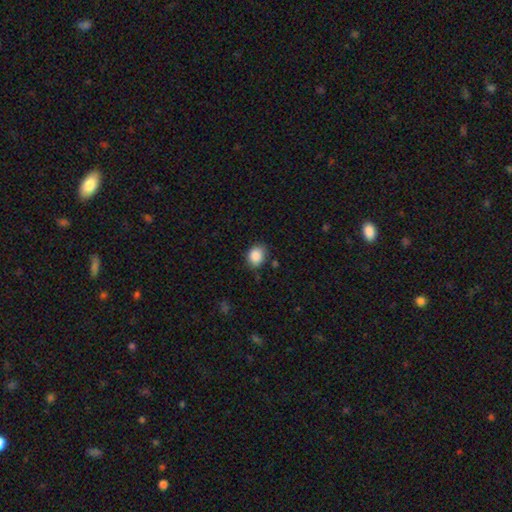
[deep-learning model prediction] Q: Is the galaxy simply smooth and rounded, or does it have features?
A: smooth — 88%.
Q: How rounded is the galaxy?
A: round — 57%.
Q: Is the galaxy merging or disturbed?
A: none — 75%.